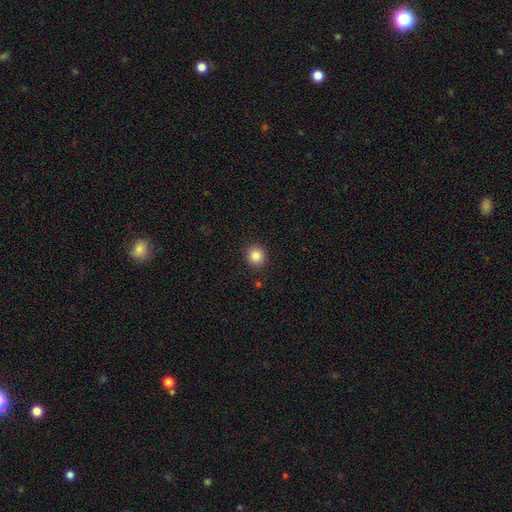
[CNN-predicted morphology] Smooth or featured? smooth (86%)
How rounded? round (89%)
Merging? none (91%)